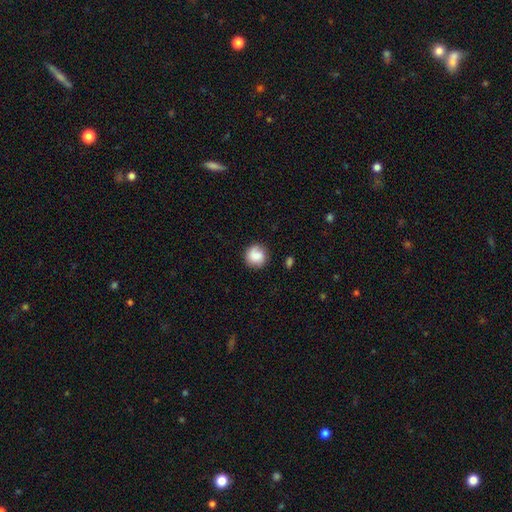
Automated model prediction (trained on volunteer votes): A smooth galaxy with no disk features (77%) that is round (91%).

Vote fractions:
- Smooth or featured? smooth: 77% / featured or disk: 14% / star or artifact: 8%
- How rounded? round: 91% / in between: 8% / cigar-shaped: 1%
- Merging? none: 78% / minor disturbance: 15% / major disturbance: 4% / merger: 2%